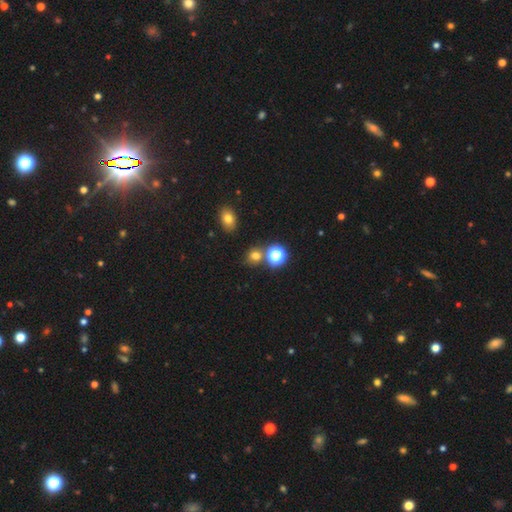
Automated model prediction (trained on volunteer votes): Morphology: type=smooth (69%); roundness=round (78%); merging=none (74%).